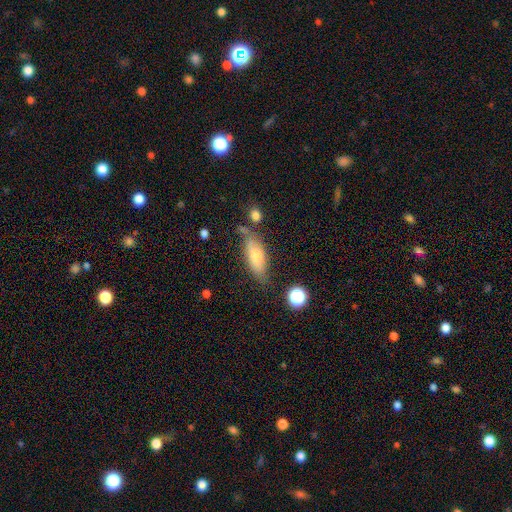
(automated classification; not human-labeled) This is likely a smooth galaxy (65%). How rounded: likely in between (70%). Merging: possibly none (59%).